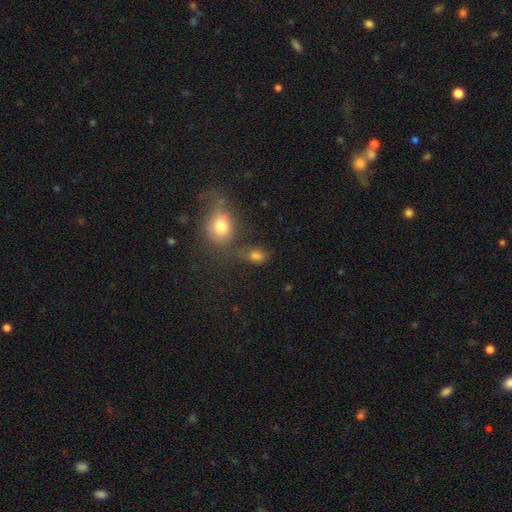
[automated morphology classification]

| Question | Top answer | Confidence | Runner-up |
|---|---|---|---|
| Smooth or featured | smooth | 75% | star or artifact (15%) |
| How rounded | in between | 75% | round (21%) |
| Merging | none | 50% | merger (22%) |